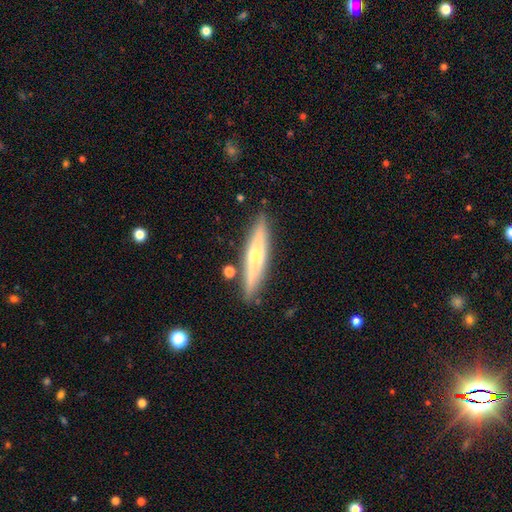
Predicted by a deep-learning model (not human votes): Morphology: type=featured or disk (58%); edge-on=yes (91%); edge-on bulge=rounded (86%); merging=none (84%).